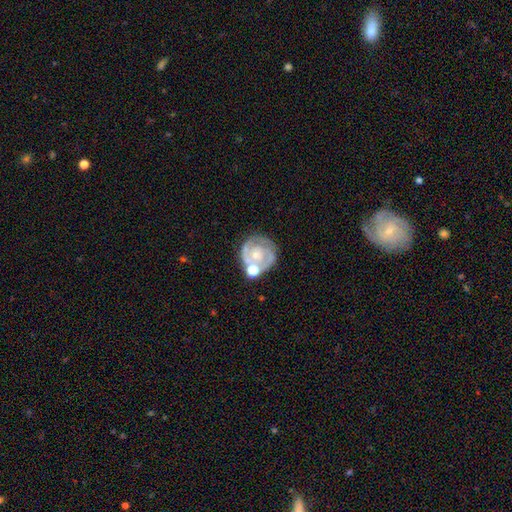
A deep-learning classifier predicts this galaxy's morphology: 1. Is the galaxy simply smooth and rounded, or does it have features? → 72% featured or disk, 21% smooth, 7% star or artifact.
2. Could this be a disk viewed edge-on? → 98% no, 2% yes.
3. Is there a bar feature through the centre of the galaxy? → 80% no, 16% weak, 4% strong.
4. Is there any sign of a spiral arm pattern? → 76% yes, 24% no.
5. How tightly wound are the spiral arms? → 64% tight, 27% medium, 9% loose.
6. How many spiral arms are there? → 48% 2, 24% can't tell, 14% 1, 10% 3, 2% 4, 2% more than 4.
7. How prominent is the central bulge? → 55% small, 34% moderate, 7% none, 3% large, 2% dominant.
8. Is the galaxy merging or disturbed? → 57% none, 18% merger, 17% minor disturbance, 9% major disturbance.